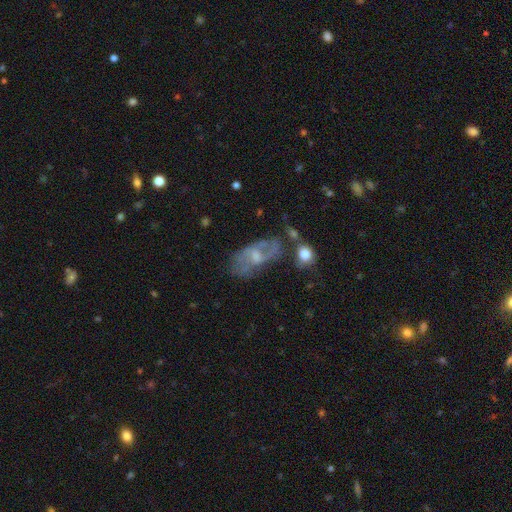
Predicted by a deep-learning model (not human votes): A featured or disk galaxy (66%) with a weak bar (46%), spiral arms (68%) and a small central bulge (46%).

Vote fractions:
- Smooth or featured? featured or disk: 66% / smooth: 25% / star or artifact: 9%
- Edge-on disk? no: 92% / yes: 8%
- Bar? weak: 46% / no: 43% / strong: 11%
- Spiral arms? yes: 68% / no: 32%
- Bulge size? small: 46% / moderate: 39% / none: 11% / large: 3% / dominant: 1%
- Merging? none: 50% / minor disturbance: 24% / major disturbance: 17% / merger: 10%